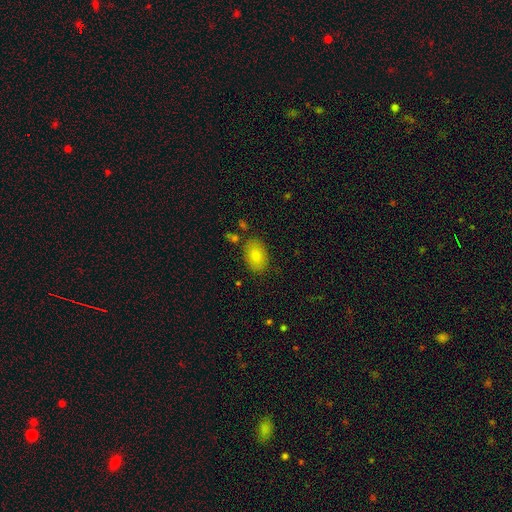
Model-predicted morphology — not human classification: smooth-or-featured: smooth: 80% | featured or disk: 10% | star or artifact: 10%
  how-rounded: in between: 86% | round: 12% | cigar-shaped: 1%
  merging: none: 83% | minor disturbance: 11% | merger: 4% | major disturbance: 3%